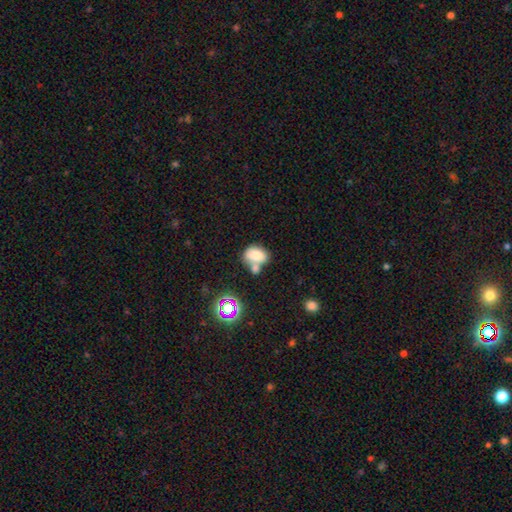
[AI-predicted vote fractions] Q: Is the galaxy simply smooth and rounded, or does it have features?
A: smooth — 74%.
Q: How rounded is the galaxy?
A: in between — 73%.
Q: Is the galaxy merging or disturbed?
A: merger — 44%.